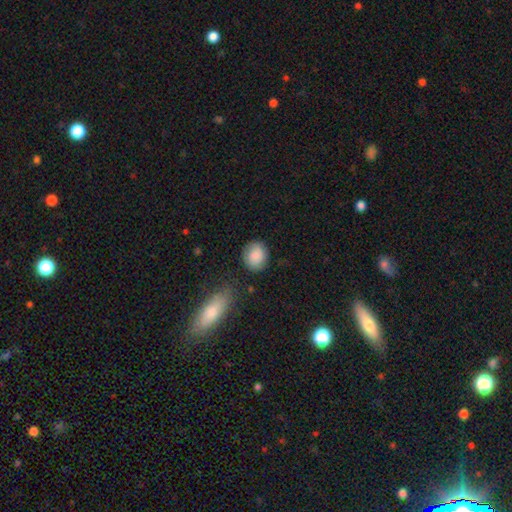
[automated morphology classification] Overall: smooth (82%). How rounded: round (69%). Merging: none (79%).